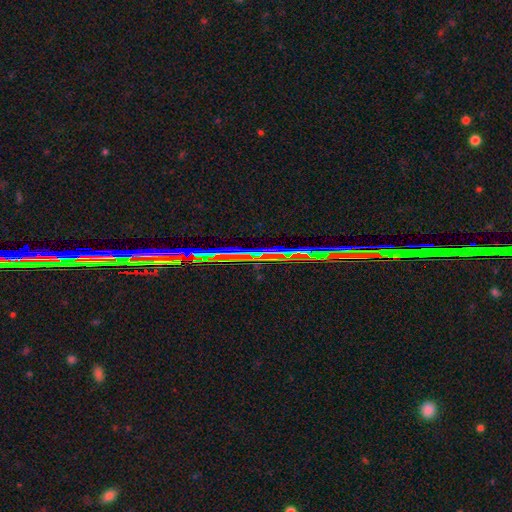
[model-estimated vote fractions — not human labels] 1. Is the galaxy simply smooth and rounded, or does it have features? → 76% star or artifact, 14% featured or disk, 10% smooth.